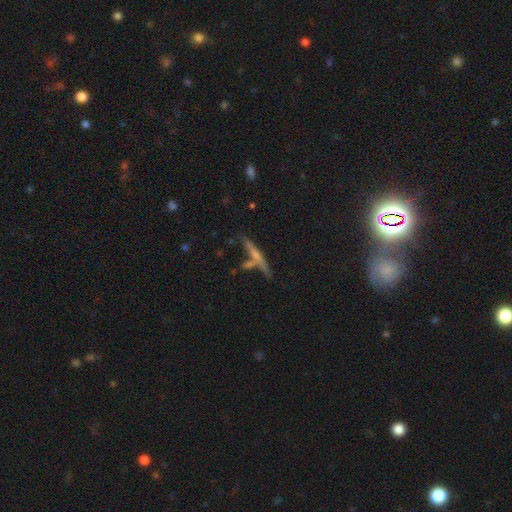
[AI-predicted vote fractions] Q: Smooth or featured?
A: star or artifact (44%); runner-up: featured or disk (33%)